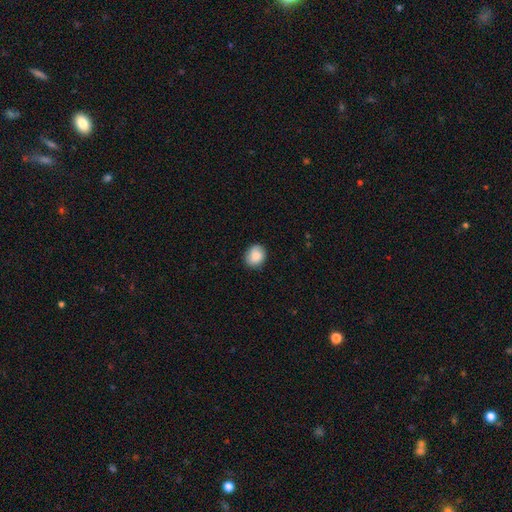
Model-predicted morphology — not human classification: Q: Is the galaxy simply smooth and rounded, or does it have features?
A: smooth — 86%.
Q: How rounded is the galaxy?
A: round — 66%.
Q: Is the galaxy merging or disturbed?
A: none — 83%.